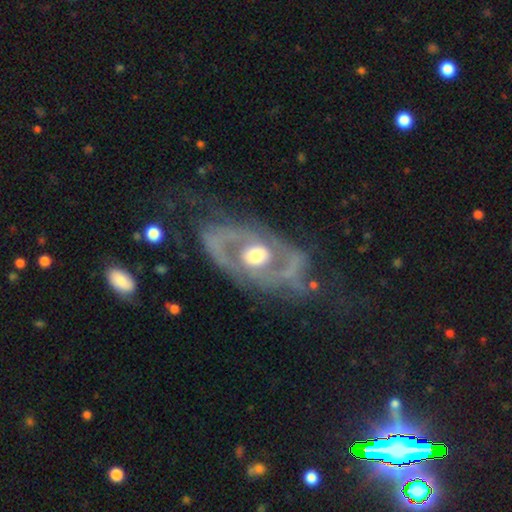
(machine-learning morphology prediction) featured or disk 87%, smooth 8%, star or artifact 5%. Down the decision tree: edge-on disk — no (95%); bar — no (59%); spiral arms — yes (84%); spiral arm count — 2 (79%); spiral winding — medium (45%); bulge size — moderate (66%); merging — none (63%).